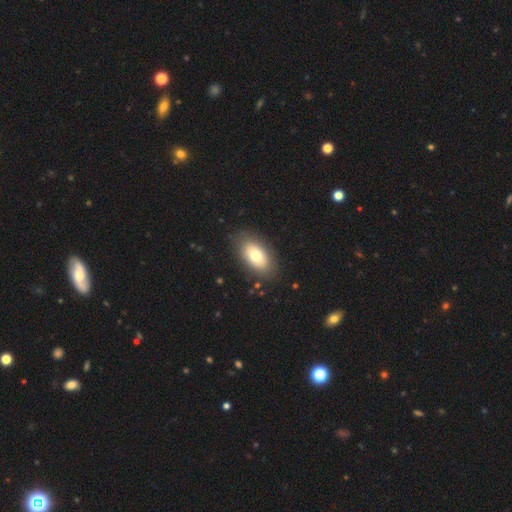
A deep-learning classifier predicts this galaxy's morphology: smooth 73%, featured or disk 19%, star or artifact 8%. Down the decision tree: how rounded — in between (91%); merging — none (85%).